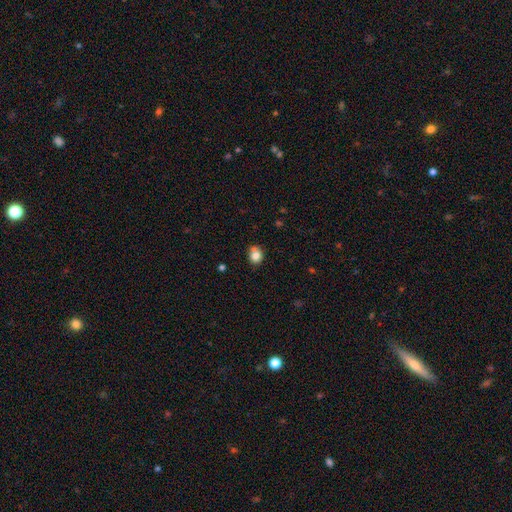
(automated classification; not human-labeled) Smooth or featured?
  - smooth: 81% *
  - star or artifact: 11%
  - featured or disk: 8%
How rounded?
  - round: 62% *
  - in between: 37%
  - cigar-shaped: 1%
Merging?
  - none: 64% *
  - minor disturbance: 23%
  - merger: 9%
  - major disturbance: 5%